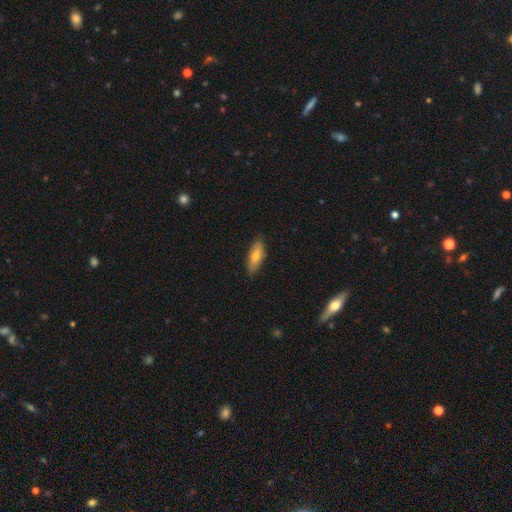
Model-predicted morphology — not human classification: Overall: smooth (73%). How rounded: in between (67%; cigar-shaped 30%). Merging: none (83%).